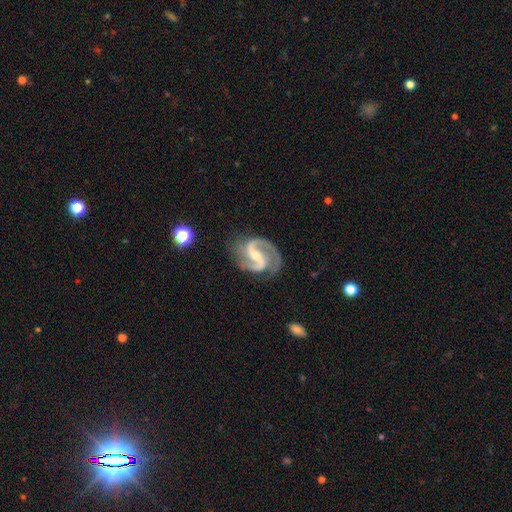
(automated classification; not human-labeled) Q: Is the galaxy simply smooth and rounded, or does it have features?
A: featured or disk — 93%.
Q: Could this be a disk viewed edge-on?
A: no — 98%.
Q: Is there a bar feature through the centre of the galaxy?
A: strong — 41%.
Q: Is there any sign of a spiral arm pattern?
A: yes — 98%.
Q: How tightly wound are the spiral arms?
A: medium — 61%.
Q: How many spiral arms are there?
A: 2 — 92%.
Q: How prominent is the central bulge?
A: small — 51%.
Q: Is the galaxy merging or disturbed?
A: none — 76%.